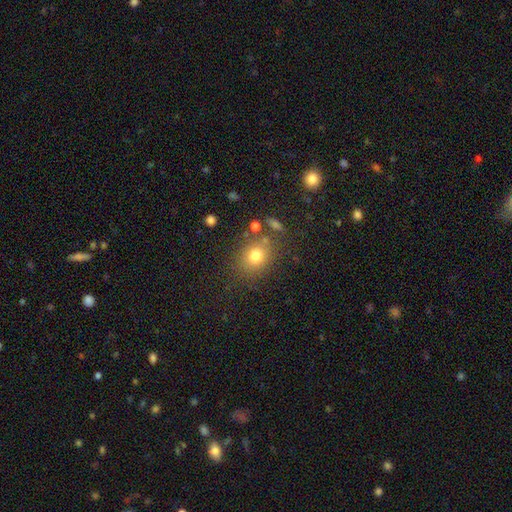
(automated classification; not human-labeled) Overall: smooth (77%). How rounded: round (66%; in between 33%). Merging: none (77%).